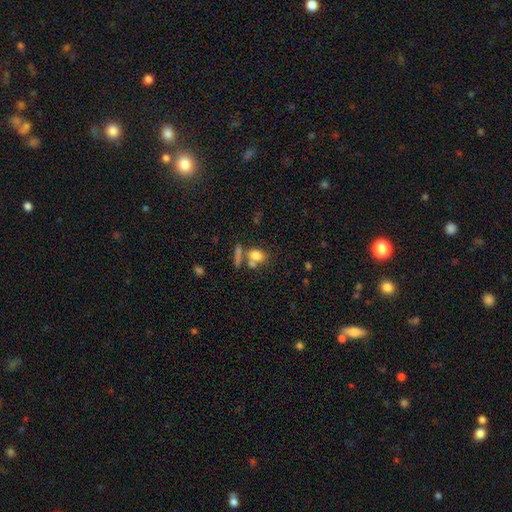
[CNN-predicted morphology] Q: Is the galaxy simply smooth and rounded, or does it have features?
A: smooth — 77%.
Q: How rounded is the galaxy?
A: in between — 70%.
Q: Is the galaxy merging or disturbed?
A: none — 49%.